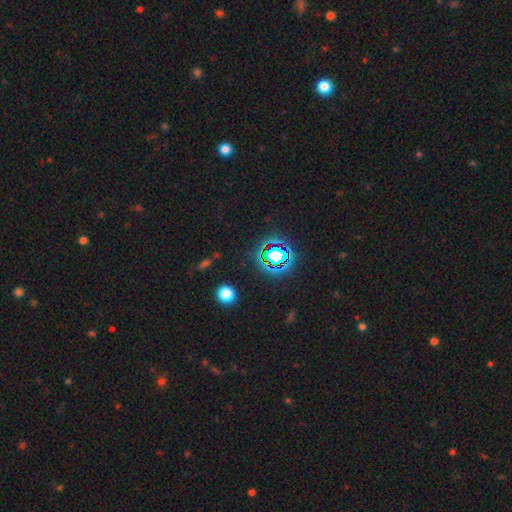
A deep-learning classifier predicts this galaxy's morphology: smooth-or-featured: star or artifact: 75% | smooth: 18% | featured or disk: 7%